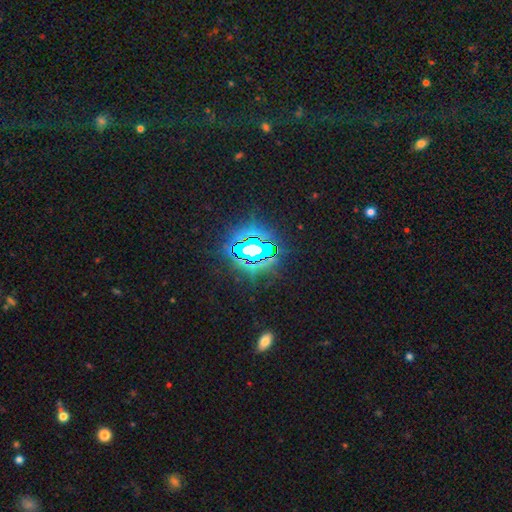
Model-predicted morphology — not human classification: Smooth or featured?
  - star or artifact: 72% *
  - smooth: 15%
  - featured or disk: 13%